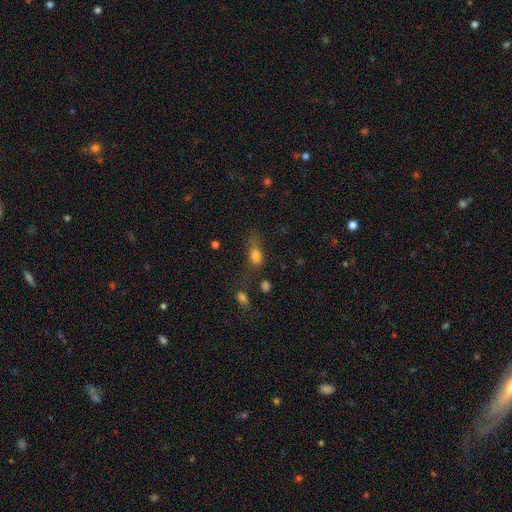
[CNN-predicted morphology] The model was most divided on "merging": none: 35%, major disturbance: 28%, minor disturbance: 26%, merger: 10%. More confident: smooth or featured — smooth (75%); how rounded — in between (69%).